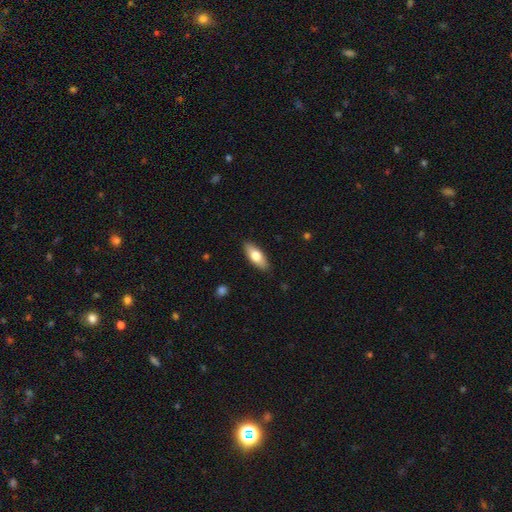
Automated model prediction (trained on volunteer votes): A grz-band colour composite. It shows a smooth galaxy with no disk features (71%) that is in between round and cigar-shaped (74%). Merging: none (88%).